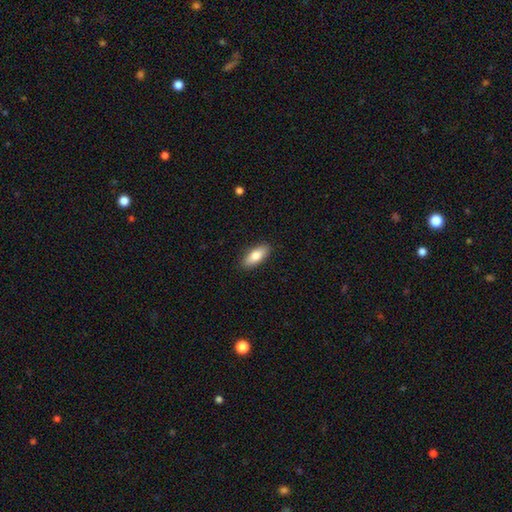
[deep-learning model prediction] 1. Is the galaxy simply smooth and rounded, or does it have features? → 79% smooth, 14% featured or disk, 6% star or artifact.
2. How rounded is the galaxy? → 78% in between, 19% cigar-shaped, 2% round.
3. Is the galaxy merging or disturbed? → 89% none, 8% minor disturbance, 2% major disturbance, 1% merger.